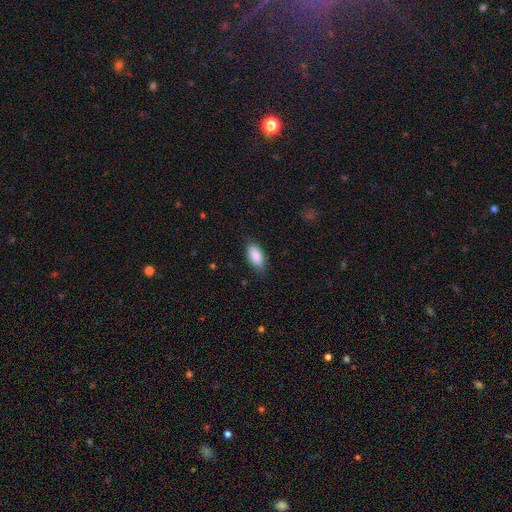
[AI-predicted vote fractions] Morphology: type=smooth (89%); roundness=in between (92%); merging=none (81%).